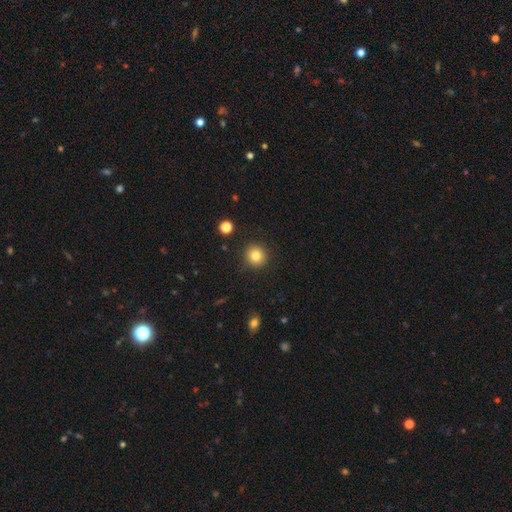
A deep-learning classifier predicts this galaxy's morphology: This is clearly a smooth galaxy (81%). How rounded: clearly round (94%). Merging: clearly none (90%).